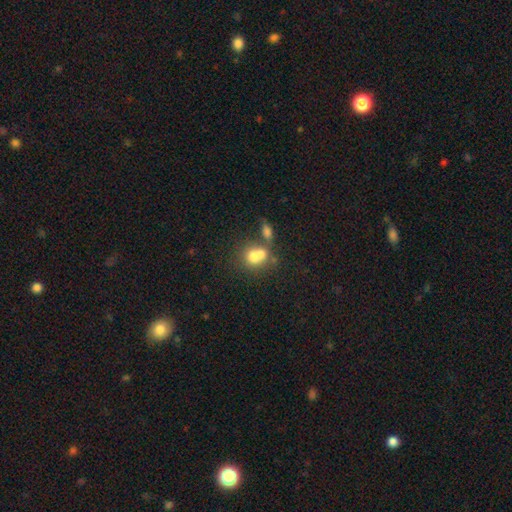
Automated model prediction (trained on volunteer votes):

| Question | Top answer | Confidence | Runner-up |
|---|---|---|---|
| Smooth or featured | smooth | 71% | featured or disk (18%) |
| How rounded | round | 57% | in between (41%) |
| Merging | merger | 57% | none (27%) |